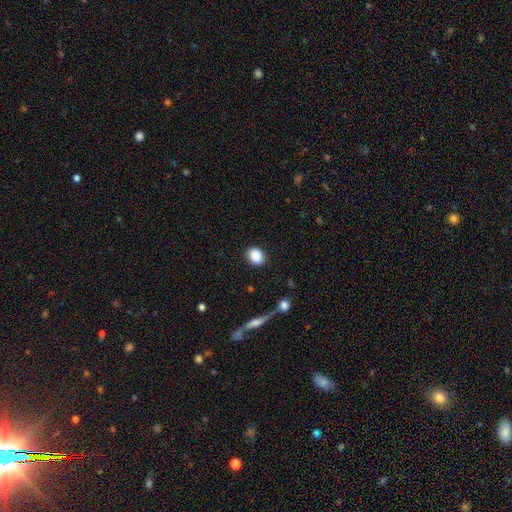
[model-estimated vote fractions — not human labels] This appears to be a smooth galaxy with no disk features (89%) that is in between round and cigar-shaped (62%). Merging: none (85%).